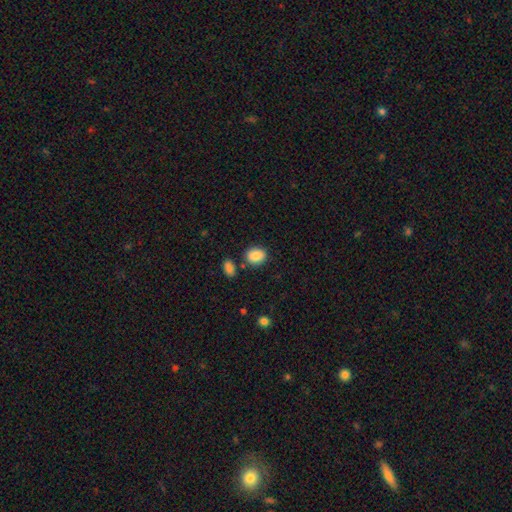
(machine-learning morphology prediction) smooth-or-featured: smooth: 87% | star or artifact: 8% | featured or disk: 5%
  how-rounded: round: 53% | in between: 46% | cigar-shaped: 1%
  merging: none: 80% | minor disturbance: 11% | merger: 7% | major disturbance: 3%